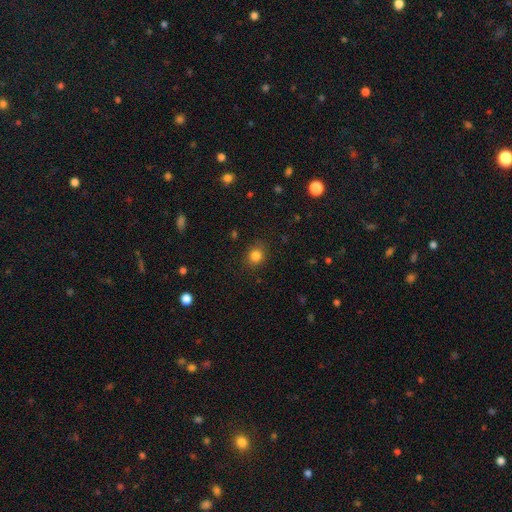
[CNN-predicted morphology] Overall: smooth (83%). How rounded: round (76%). Merging: none (85%).